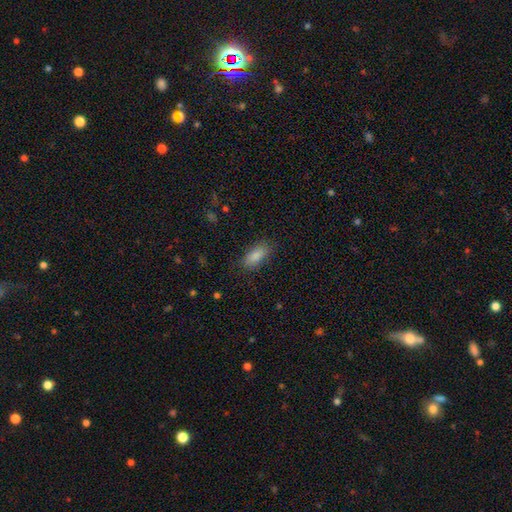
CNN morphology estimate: A smooth galaxy with no disk features (87%) that is in between round and cigar-shaped (85%). Merging: none (82%).